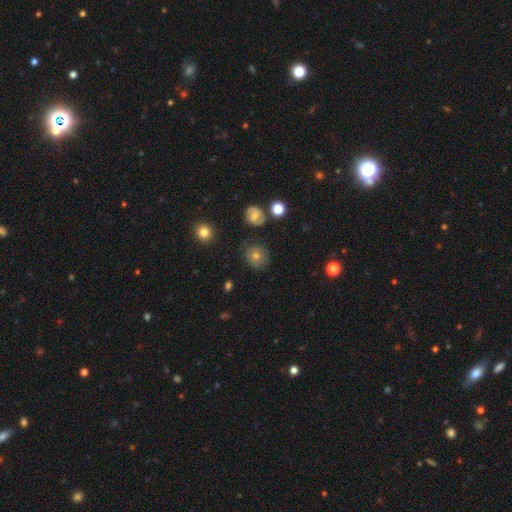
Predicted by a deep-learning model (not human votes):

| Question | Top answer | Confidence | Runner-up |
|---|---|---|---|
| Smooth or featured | smooth | 62% | featured or disk (21%) |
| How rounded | round | 87% | in between (12%) |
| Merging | none | 83% | minor disturbance (11%) |